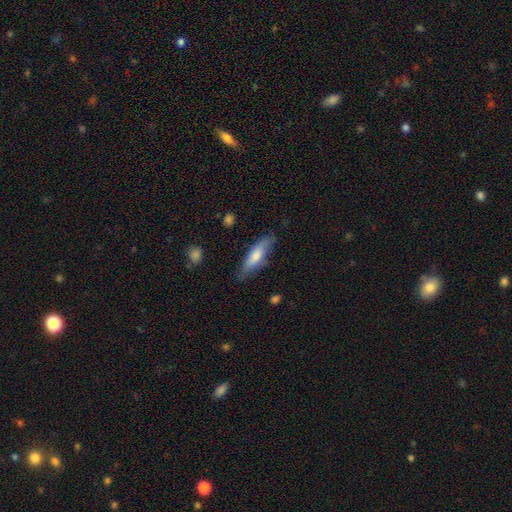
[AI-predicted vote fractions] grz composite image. It shows a smooth galaxy with no disk features (69%) that is cigar-shaped (60%). Merging: none (74%).